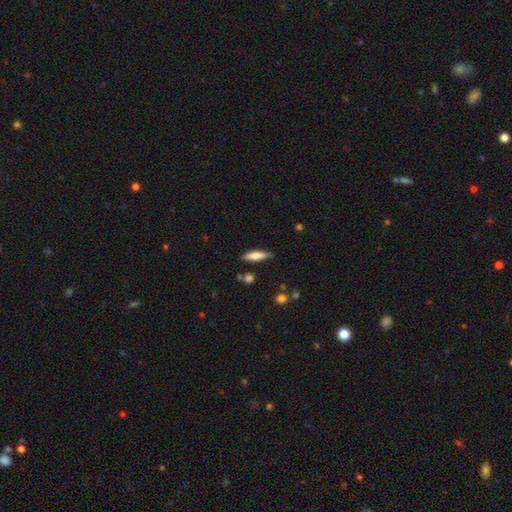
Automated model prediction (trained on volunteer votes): The model was most divided on "how rounded": cigar-shaped: 66%, in between: 32%, round: 2%. More confident: merging — none (83%); smooth or featured — smooth (71%).